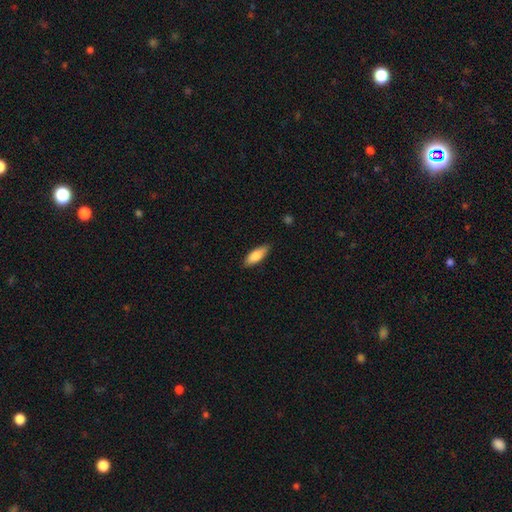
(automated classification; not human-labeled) smooth-or-featured: smooth: 82% | featured or disk: 13% | star or artifact: 6%
  how-rounded: in between: 64% | cigar-shaped: 34% | round: 2%
  merging: none: 86% | minor disturbance: 11% | major disturbance: 2% | merger: 1%